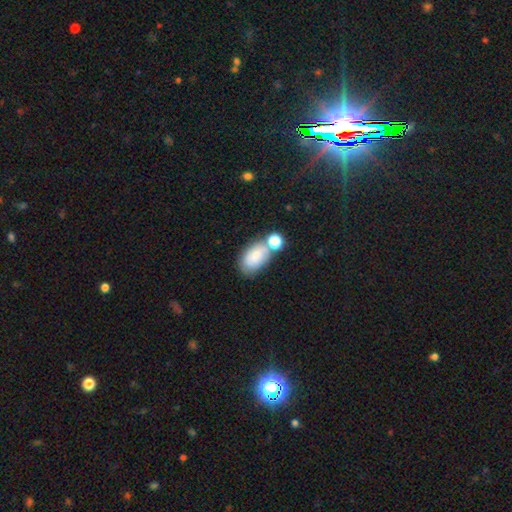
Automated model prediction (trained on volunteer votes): A smooth galaxy with no disk features (75%) that is in between round and cigar-shaped (91%). Merging: none (46%).